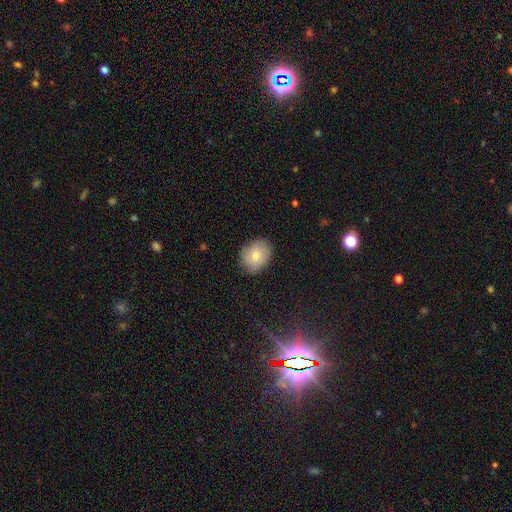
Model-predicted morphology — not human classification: smooth_or_featured: smooth (p=0.75) [alt: featured or disk p=0.18]
how_rounded: round (p=0.52) [alt: in between p=0.47]
merging: none (p=0.83) [alt: minor disturbance p=0.14]